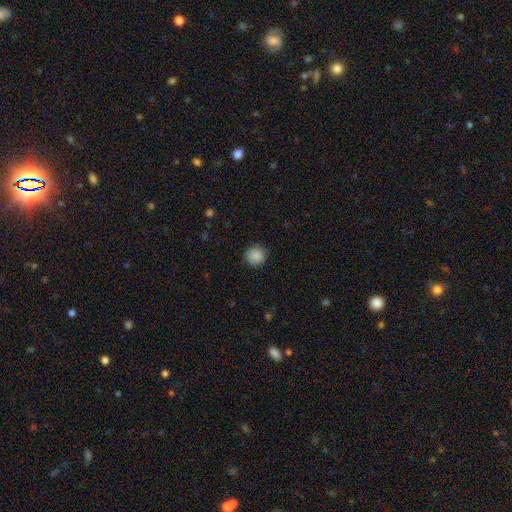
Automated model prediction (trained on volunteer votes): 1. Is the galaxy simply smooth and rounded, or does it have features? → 87% smooth, 9% star or artifact, 4% featured or disk.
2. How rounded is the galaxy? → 93% round, 6% in between, 1% cigar-shaped.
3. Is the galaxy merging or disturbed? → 88% none, 9% minor disturbance, 2% major disturbance, 1% merger.